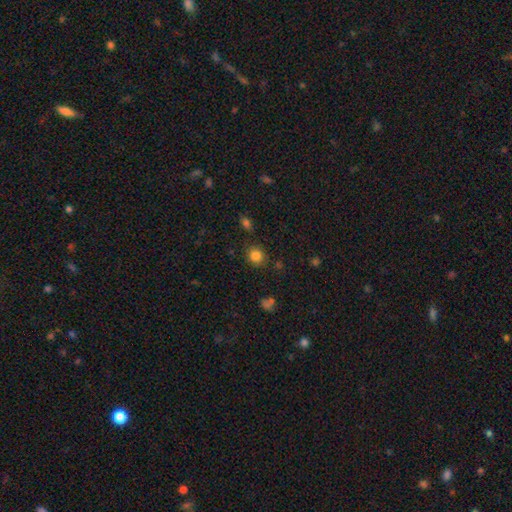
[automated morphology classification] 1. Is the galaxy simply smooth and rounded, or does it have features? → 84% smooth, 12% star or artifact, 5% featured or disk.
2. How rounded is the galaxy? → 85% round, 14% in between, 1% cigar-shaped.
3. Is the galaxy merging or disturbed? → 84% none, 10% minor disturbance, 3% major disturbance, 3% merger.